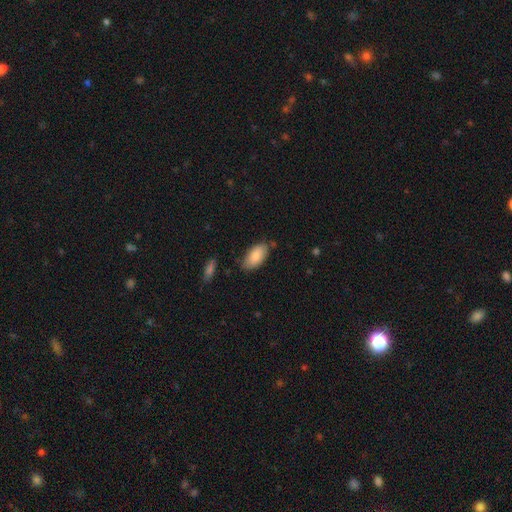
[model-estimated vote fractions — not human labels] This appears to be a smooth galaxy with no disk features (86%) that is in between round and cigar-shaped (93%). Merging: none (75%).